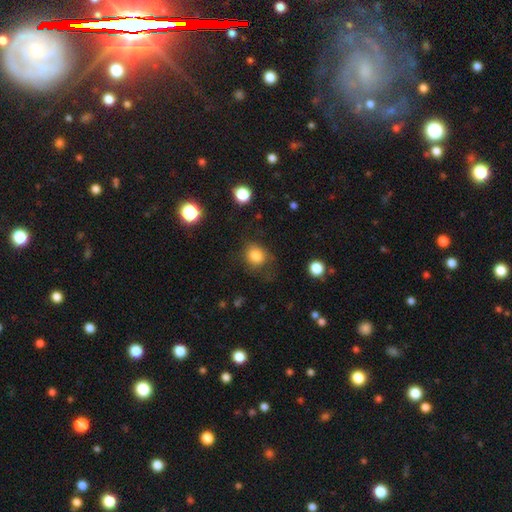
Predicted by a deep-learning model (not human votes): The model was most divided on "merging": none: 69%, minor disturbance: 19%, major disturbance: 10%, merger: 2%. More confident: smooth or featured — smooth (83%); how rounded — round (77%).